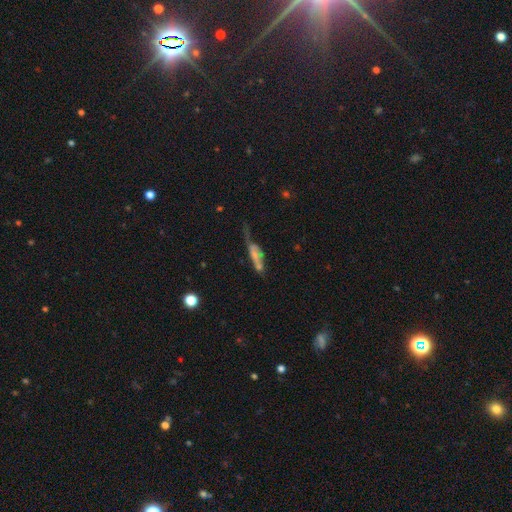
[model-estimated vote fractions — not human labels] A featured or disk galaxy (45%, tied with smooth). Merging: major disturbance (30%).